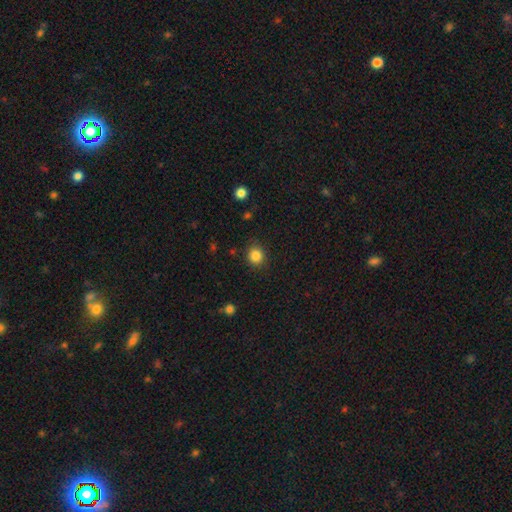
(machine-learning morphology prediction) Smooth or featured? Predicted: smooth (p=0.85). How rounded? Predicted: round (p=0.86). Merging? Predicted: none (p=0.87).